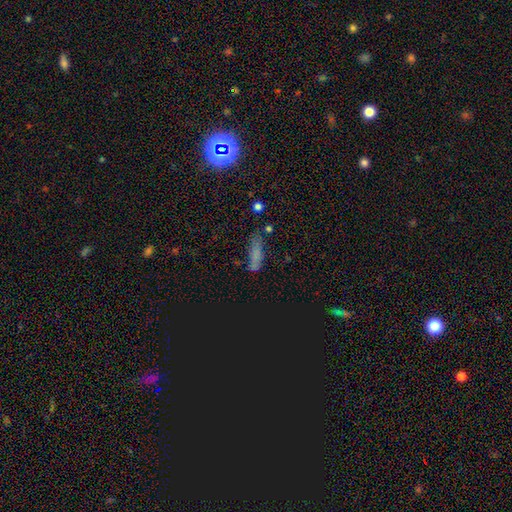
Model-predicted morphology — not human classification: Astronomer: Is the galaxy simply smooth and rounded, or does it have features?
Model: smooth — 58%.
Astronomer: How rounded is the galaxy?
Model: cigar-shaped — 65%.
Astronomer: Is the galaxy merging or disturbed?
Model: none — 64%.